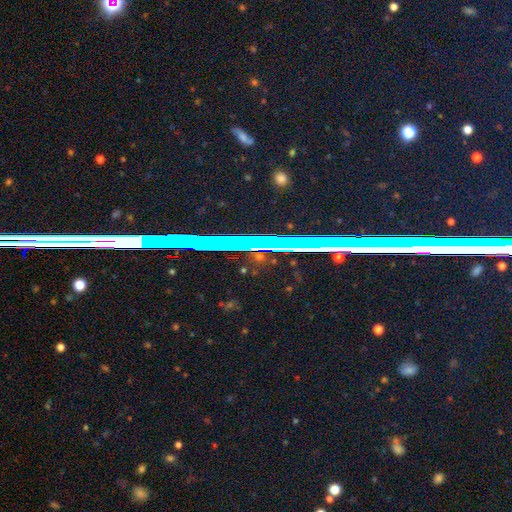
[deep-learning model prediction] Smooth or featured: star or artifact — 73% (smooth — 15%)